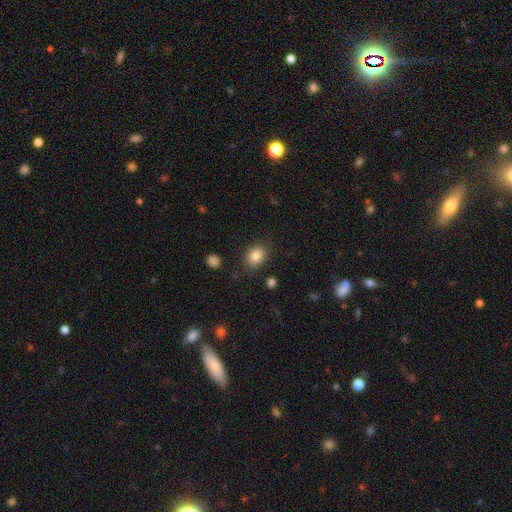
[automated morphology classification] Smooth or featured: smooth — 84% (star or artifact — 9%)
How rounded: in between — 61% (round — 38%)
Merging: none — 83% (minor disturbance — 12%)